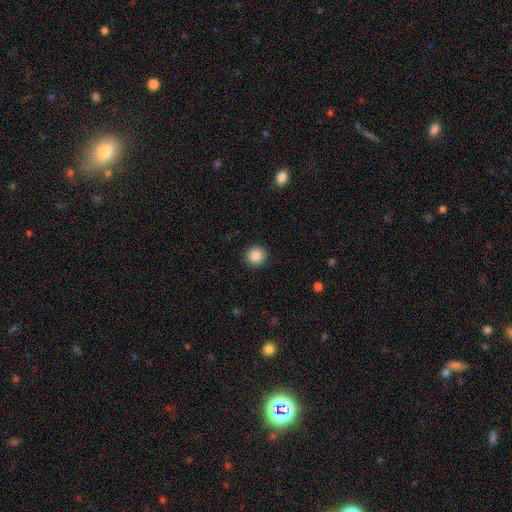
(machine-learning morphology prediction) smooth 87%, star or artifact 9%, featured or disk 4%. Down the decision tree: how rounded — round (94%); merging — none (93%).